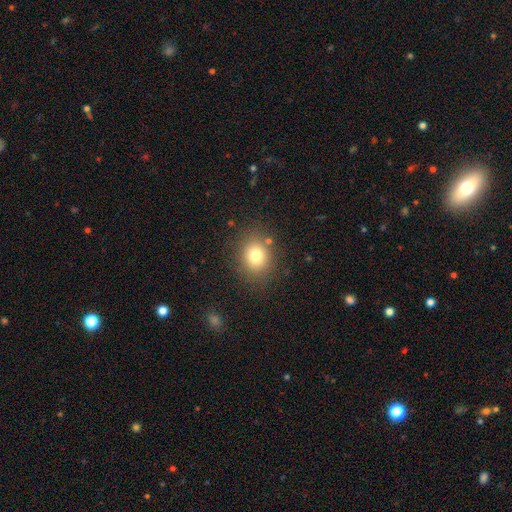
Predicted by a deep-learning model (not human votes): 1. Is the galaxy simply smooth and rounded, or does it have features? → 77% smooth, 13% star or artifact, 10% featured or disk.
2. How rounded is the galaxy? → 66% round, 33% in between, 1% cigar-shaped.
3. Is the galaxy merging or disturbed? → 82% none, 10% minor disturbance, 4% major disturbance, 3% merger.